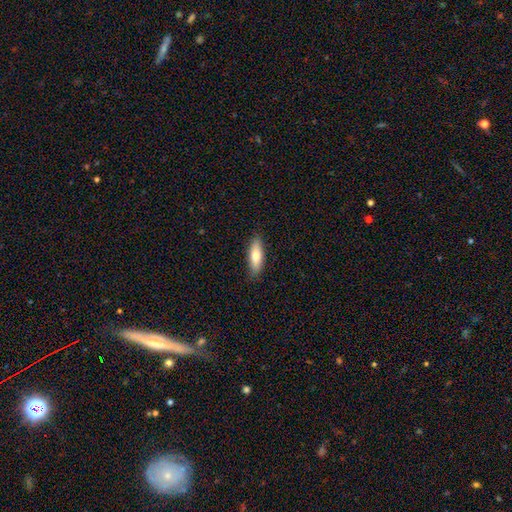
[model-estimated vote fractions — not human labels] This appears to be a smooth galaxy with no disk features (73%) that is in between round and cigar-shaped (52%). Merging: none (87%).